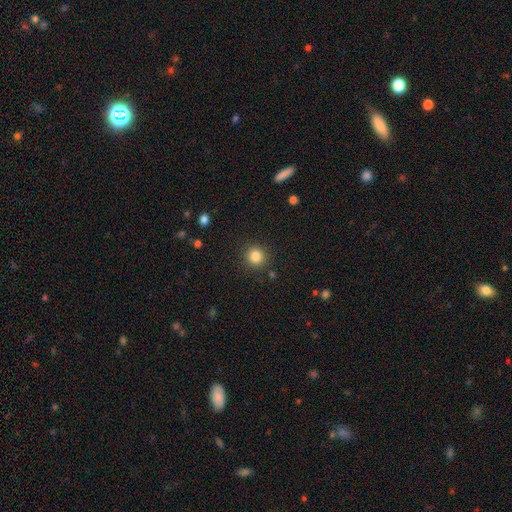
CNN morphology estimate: A smooth galaxy with no disk features (83%) that is round (92%).

Vote fractions:
- Smooth or featured? smooth: 83% / star or artifact: 11% / featured or disk: 5%
- How rounded? round: 92% / in between: 7% / cigar-shaped: 1%
- Merging? none: 89% / minor disturbance: 7% / major disturbance: 3% / merger: 2%